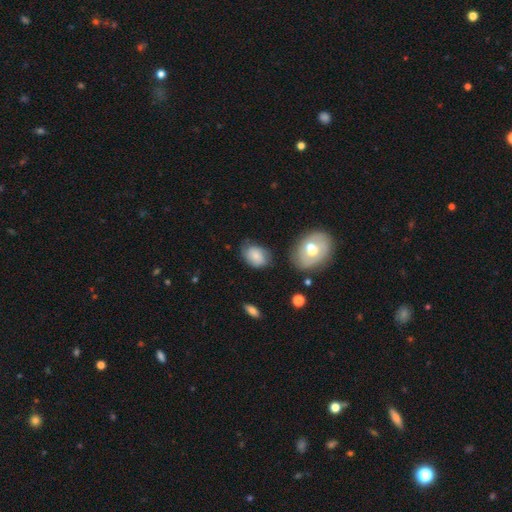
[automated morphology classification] Smooth or featured? smooth (73%)
How rounded? in between (76%)
Merging? none (64%)